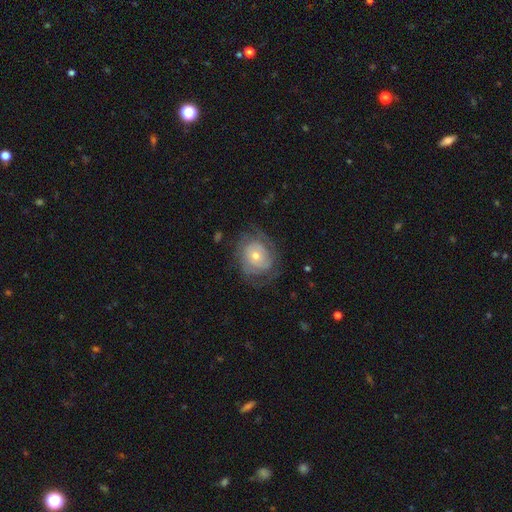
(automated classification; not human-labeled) Smooth or featured?
  - featured or disk: 65% *
  - smooth: 28%
  - star or artifact: 8%
Edge-on disk?
  - no: 96% *
  - yes: 4%
Bar?
  - no: 79% *
  - weak: 17%
  - strong: 4%
Spiral arms?
  - yes: 69% *
  - no: 31%
Bulge size?
  - small: 48% *
  - moderate: 47%
  - large: 3%
  - none: 1%
  - dominant: 1%
Merging?
  - none: 66% *
  - minor disturbance: 19%
  - major disturbance: 14%
  - merger: 1%